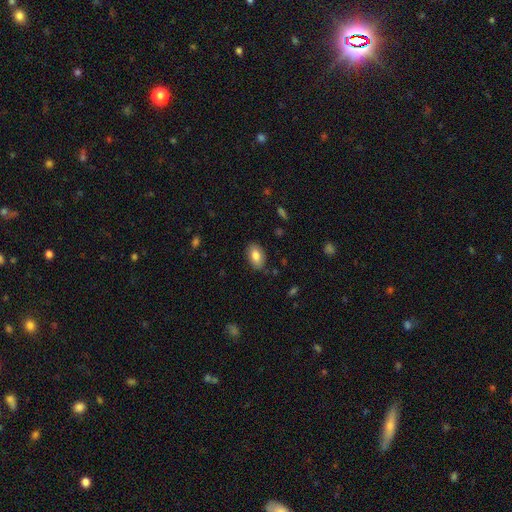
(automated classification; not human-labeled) smooth-or-featured: smooth: 81% | featured or disk: 11% | star or artifact: 7%
  how-rounded: in between: 92% | round: 6% | cigar-shaped: 2%
  merging: none: 85% | minor disturbance: 11% | major disturbance: 2% | merger: 1%